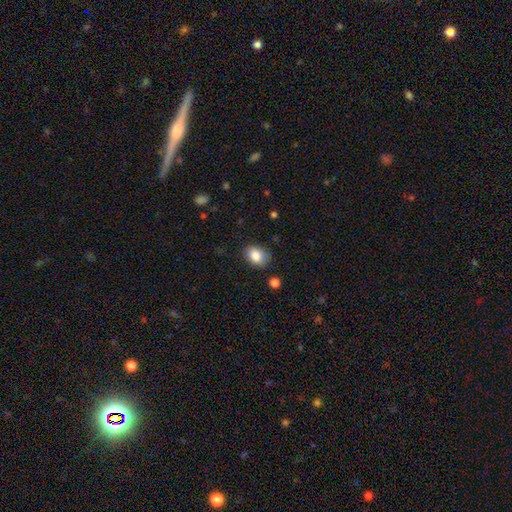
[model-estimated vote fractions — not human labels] Smooth or featured: smooth — 85% (star or artifact — 8%)
How rounded: in between — 75% (round — 24%)
Merging: none — 77% (minor disturbance — 17%)